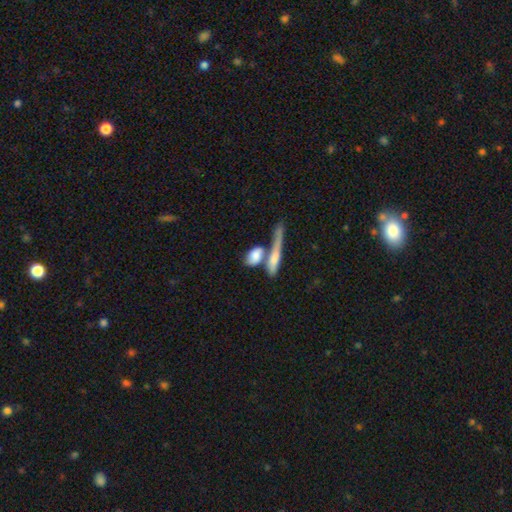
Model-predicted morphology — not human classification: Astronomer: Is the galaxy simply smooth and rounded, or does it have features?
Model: smooth — 73%.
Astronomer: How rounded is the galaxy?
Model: in between — 63%.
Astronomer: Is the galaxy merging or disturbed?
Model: merger — 41% (runner-up: none, 38%).